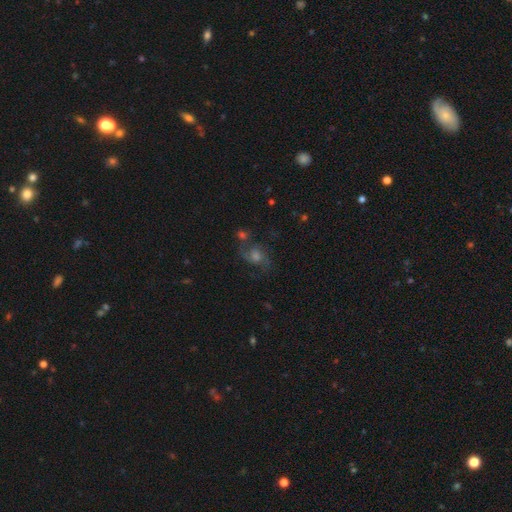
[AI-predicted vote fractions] Overall: featured or disk (61%). Edge-on disk: no (96%). Bar: no (63%; weak 31%). Spiral arms: yes (92%). Spiral arm count: 2 (87%). Spiral winding: medium (50%; loose 37%). Bulge size: moderate (45%; large 22%). Merging: none (66%).